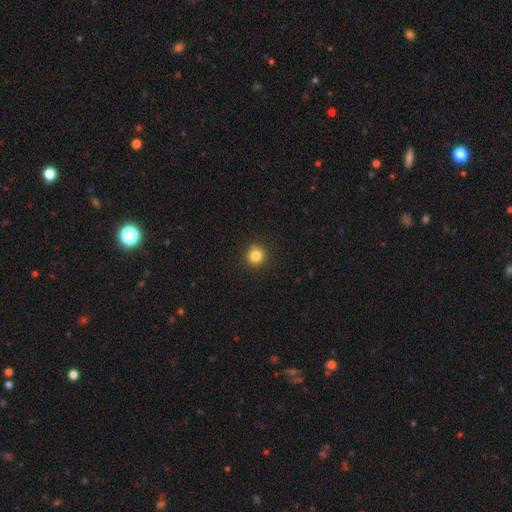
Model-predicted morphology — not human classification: Smooth or featured?
  - smooth: 84% *
  - star or artifact: 11%
  - featured or disk: 5%
How rounded?
  - round: 92% *
  - in between: 7%
  - cigar-shaped: 1%
Merging?
  - none: 90% *
  - minor disturbance: 7%
  - major disturbance: 2%
  - merger: 1%